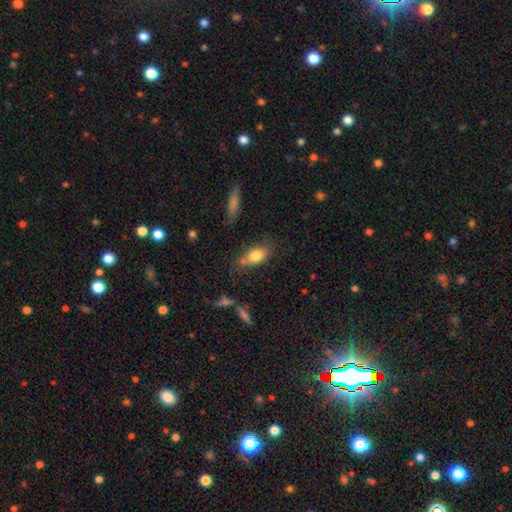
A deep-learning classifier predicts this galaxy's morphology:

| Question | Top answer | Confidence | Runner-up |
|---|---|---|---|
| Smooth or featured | smooth | 80% | featured or disk (12%) |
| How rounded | in between | 85% | round (10%) |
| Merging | none | 62% | minor disturbance (23%) |